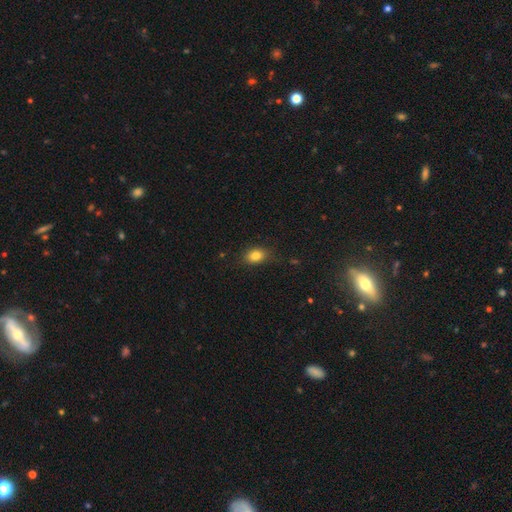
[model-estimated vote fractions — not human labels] This is clearly a smooth galaxy (83%). How rounded: likely in between (67%). Merging: likely none (78%).